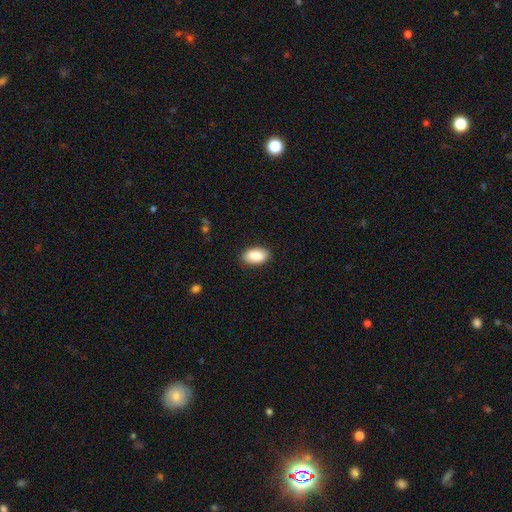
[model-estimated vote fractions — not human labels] A smooth galaxy with no disk features (89%) that is in between round and cigar-shaped (94%).

Vote fractions:
- Smooth or featured? smooth: 89% / star or artifact: 6% / featured or disk: 5%
- How rounded? in between: 94% / round: 5% / cigar-shaped: 2%
- Merging? none: 88% / minor disturbance: 9% / major disturbance: 2% / merger: 1%